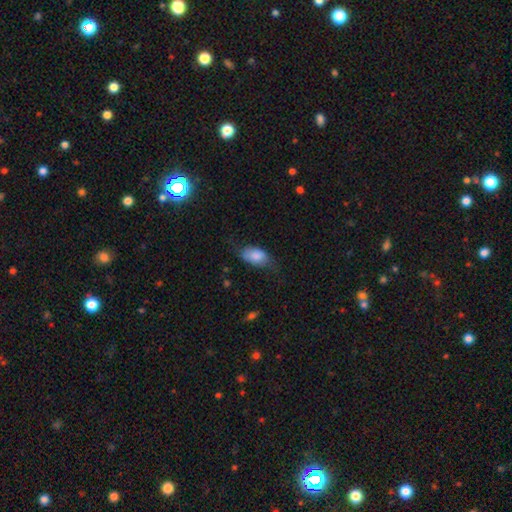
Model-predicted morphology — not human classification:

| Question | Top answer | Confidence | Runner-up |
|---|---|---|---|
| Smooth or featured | smooth | 81% | featured or disk (12%) |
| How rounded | in between | 91% | round (6%) |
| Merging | none | 54% | minor disturbance (31%) |